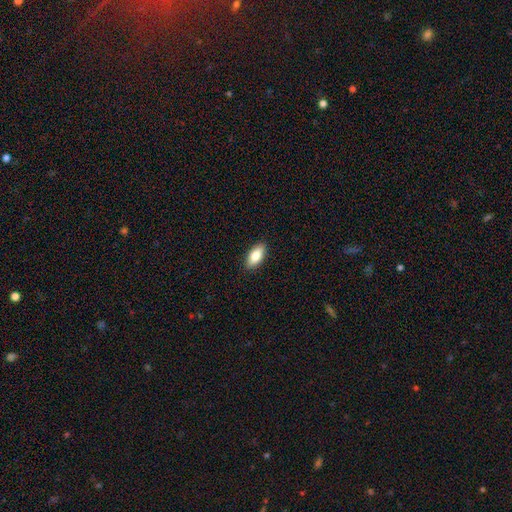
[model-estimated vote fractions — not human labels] smooth 79%, featured or disk 14%, star or artifact 7%. Down the decision tree: how rounded — in between (87%); merging — none (90%).